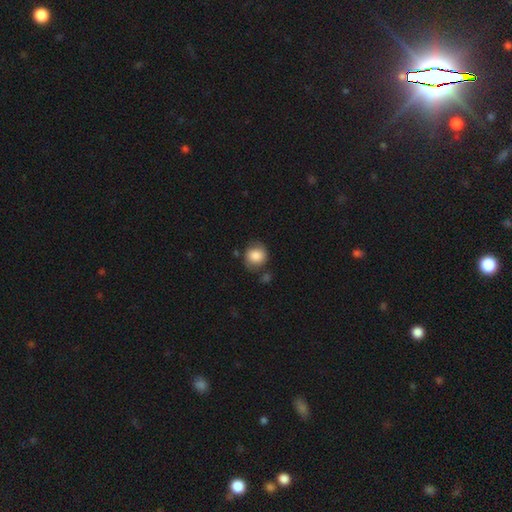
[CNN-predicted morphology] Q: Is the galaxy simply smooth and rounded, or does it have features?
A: smooth — 83%.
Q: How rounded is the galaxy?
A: round — 80%.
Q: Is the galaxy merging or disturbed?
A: none — 68%.